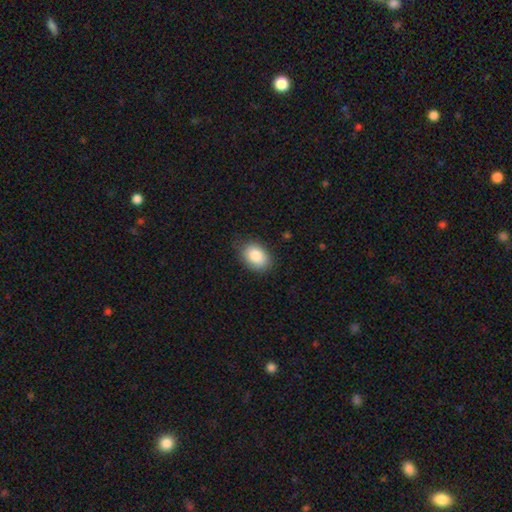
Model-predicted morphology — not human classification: Overall: smooth (86%). How rounded: in between (72%). Merging: none (81%).